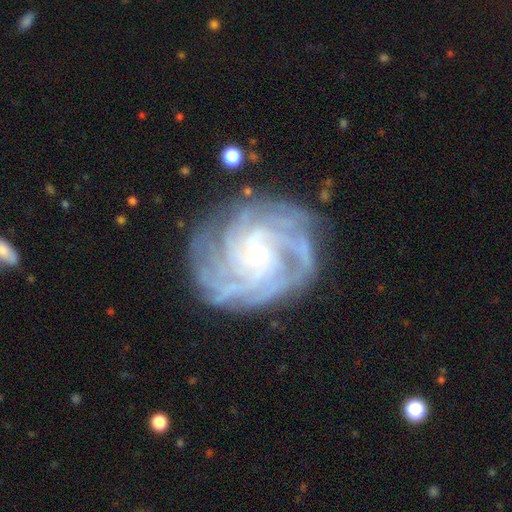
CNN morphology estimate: Smooth or featured?
  - featured or disk: 89% *
  - star or artifact: 6%
  - smooth: 5%
Edge-on disk?
  - no: 98% *
  - yes: 2%
Bar?
  - no: 71% *
  - weak: 23%
  - strong: 6%
Spiral arms?
  - yes: 98% *
  - no: 2%
Spiral winding?
  - tight: 74% *
  - medium: 22%
  - loose: 4%
Spiral arm count?
  - more than 4: 28% *
  - 4: 25%
  - can't tell: 18%
  - 3: 12%
  - 2: 9%
  - 1: 8%
Bulge size?
  - small: 80% *
  - moderate: 12%
  - none: 5%
  - large: 2%
  - dominant: 1%
Merging?
  - none: 79% *
  - minor disturbance: 14%
  - major disturbance: 6%
  - merger: 1%